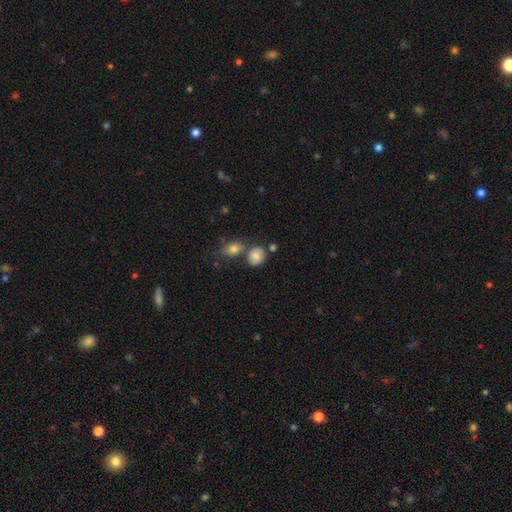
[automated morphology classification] This is likely a smooth galaxy (80%). How rounded: possibly round (56%). Merging: possibly none (58%).